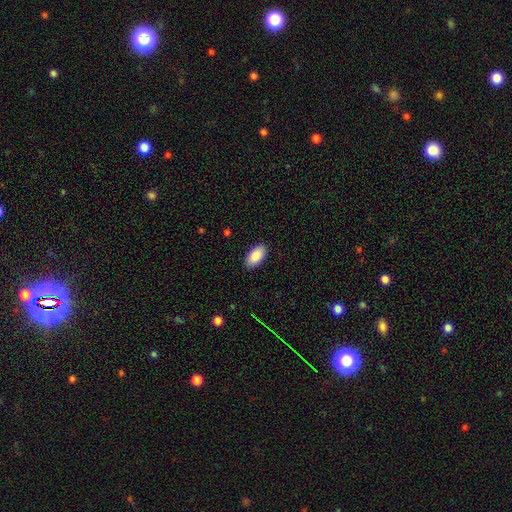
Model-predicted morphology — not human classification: This is clearly a smooth galaxy (89%). How rounded: clearly in between (95%). Merging: clearly none (88%).